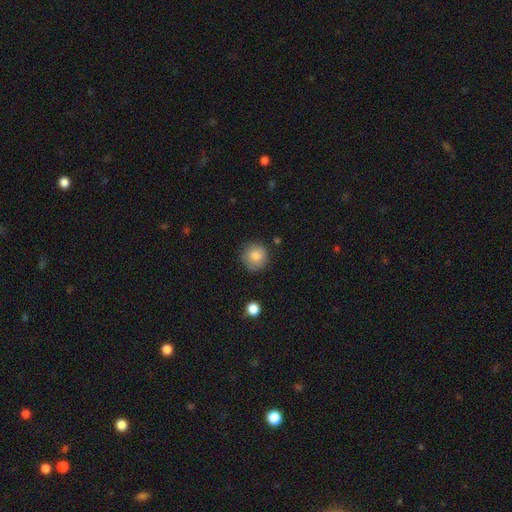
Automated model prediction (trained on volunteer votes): Smooth or featured? Predicted: smooth (p=0.83). How rounded? Predicted: round (p=0.93). Merging? Predicted: none (p=0.81).